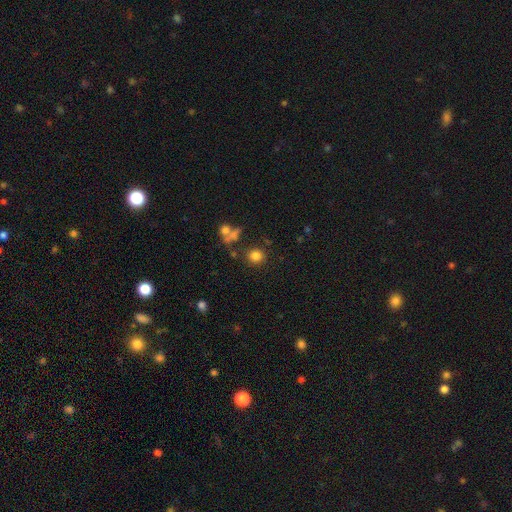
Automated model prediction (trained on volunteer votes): A smooth galaxy with no disk features (81%) that is round (87%).

Vote fractions:
- Smooth or featured? smooth: 81% / star or artifact: 13% / featured or disk: 6%
- How rounded? round: 87% / in between: 12% / cigar-shaped: 1%
- Merging? none: 80% / minor disturbance: 9% / merger: 7% / major disturbance: 4%